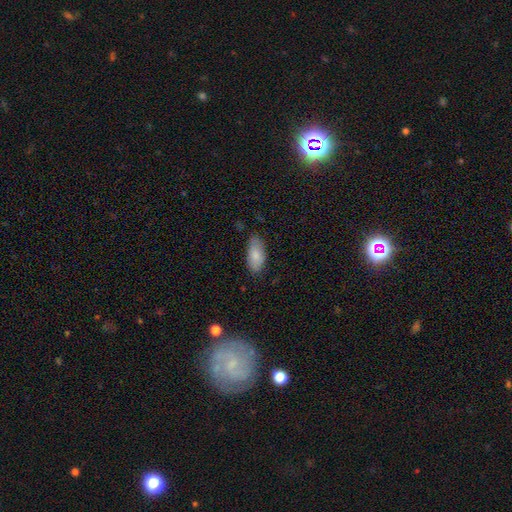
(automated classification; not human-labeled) This is clearly a smooth galaxy (82%). How rounded: clearly in between (89%). Merging: likely none (74%).